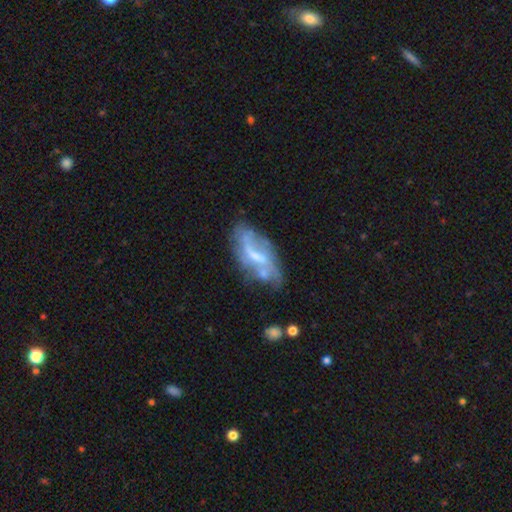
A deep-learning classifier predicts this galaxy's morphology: type=featured or disk (66%); edge-on=no (90%); bar=weak (45%); spiral arms=yes (60%); bulge=small (40%); merging=none (42%).